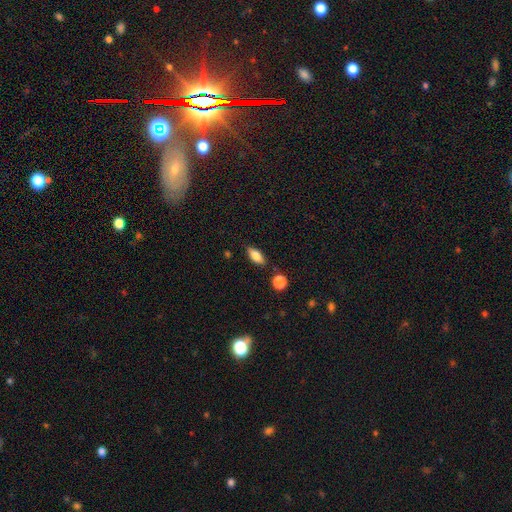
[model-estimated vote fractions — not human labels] A smooth galaxy with no disk features (80%) that is in between round and cigar-shaped (83%). Merging: none (83%).